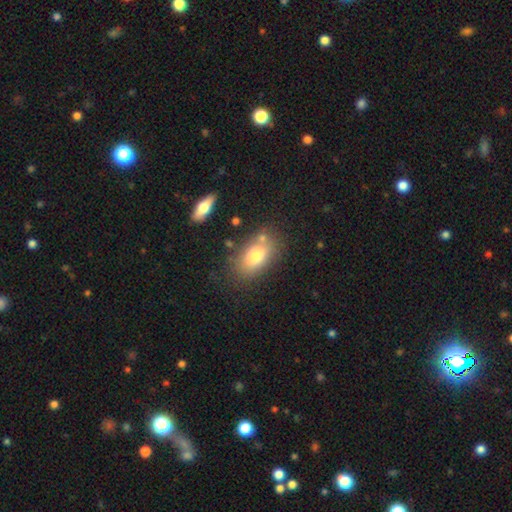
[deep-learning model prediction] smooth 75%, featured or disk 16%, star or artifact 9%. Down the decision tree: how rounded — in between (88%); merging — none (72%).